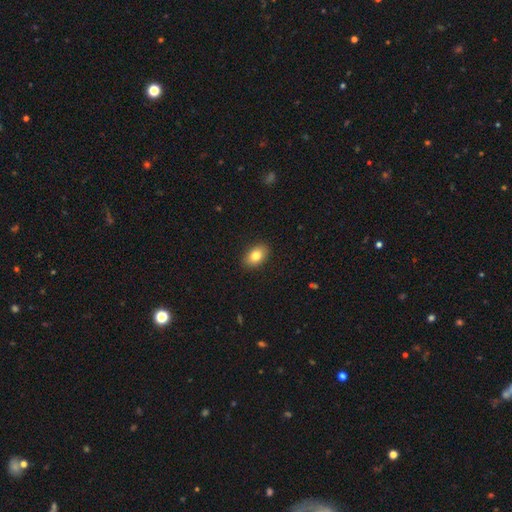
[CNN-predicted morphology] Overall: smooth (83%). How rounded: in between (86%). Merging: none (90%).